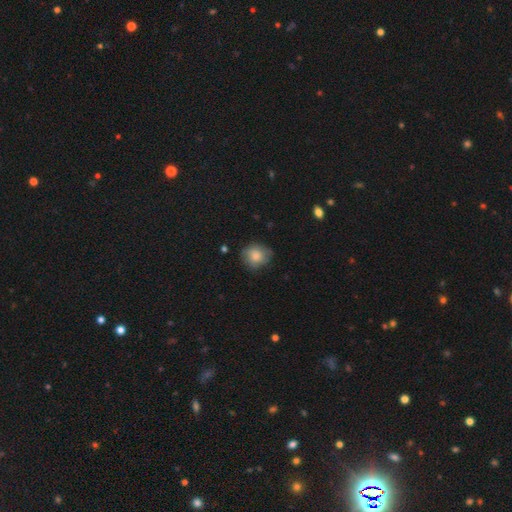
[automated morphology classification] Smooth or featured: smooth — 80% (featured or disk — 12%)
How rounded: round — 76% (in between — 23%)
Merging: none — 73% (minor disturbance — 21%)